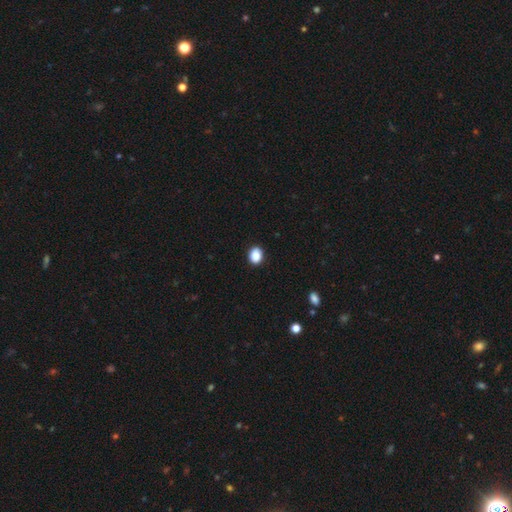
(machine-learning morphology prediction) This appears to be a smooth galaxy with no disk features (88%) that is in between round and cigar-shaped (56%). Merging: none (90%).